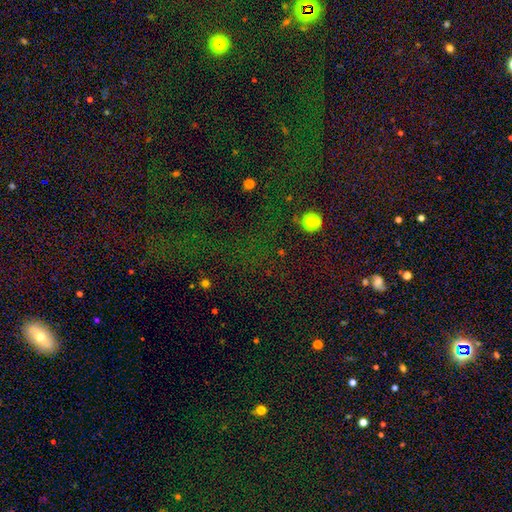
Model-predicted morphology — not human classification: Q: Smooth or featured?
A: star or artifact (76%); runner-up: smooth (16%)